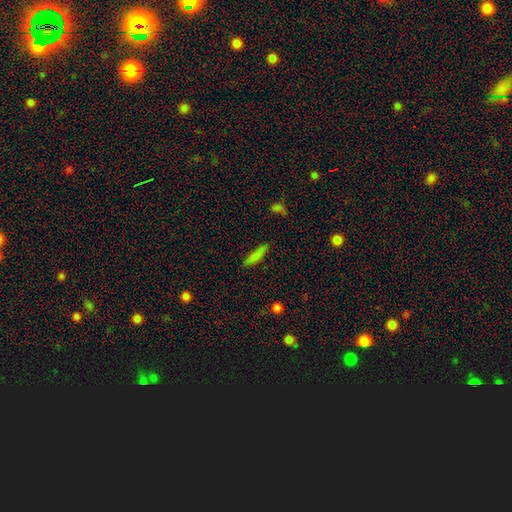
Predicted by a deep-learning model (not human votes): A smooth galaxy with no disk features (79%) that is cigar-shaped (69%). Merging: none (82%).